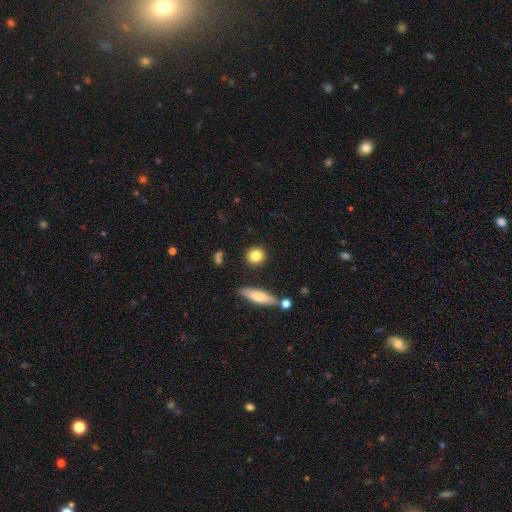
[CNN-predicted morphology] A smooth galaxy with no disk features (82%) that is round (85%). Merging: none (87%).